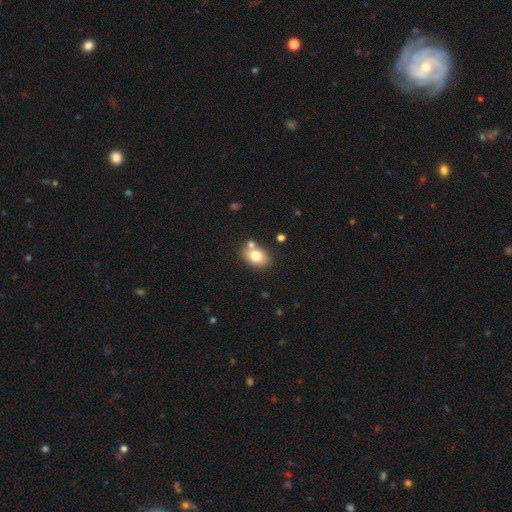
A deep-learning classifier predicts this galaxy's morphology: smooth_or_featured: smooth (p=0.76) [alt: featured or disk p=0.15]
how_rounded: in between (p=0.71) [alt: round p=0.28]
merging: none (p=0.65) [alt: merger p=0.19]